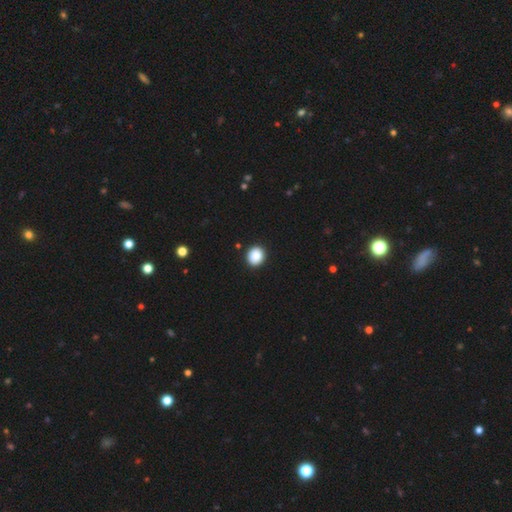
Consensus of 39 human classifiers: This is clearly a smooth galaxy (95%). How rounded: clearly round (86%). Merging: clearly none (92%).